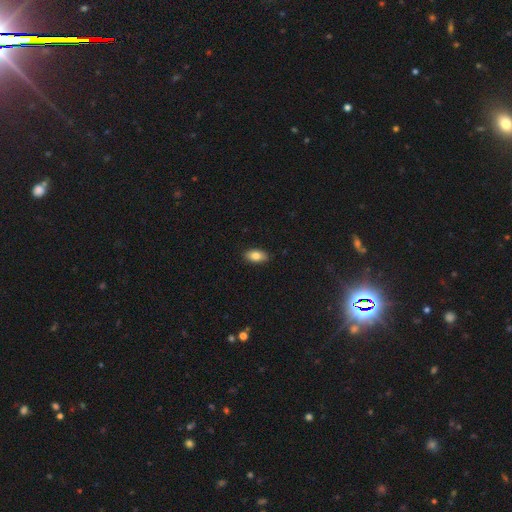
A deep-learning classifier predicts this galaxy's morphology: Q: Smooth or featured?
A: smooth (82%); runner-up: featured or disk (11%)
Q: How rounded?
A: in between (91%); runner-up: cigar-shaped (5%)
Q: Merging?
A: none (89%); runner-up: minor disturbance (8%)